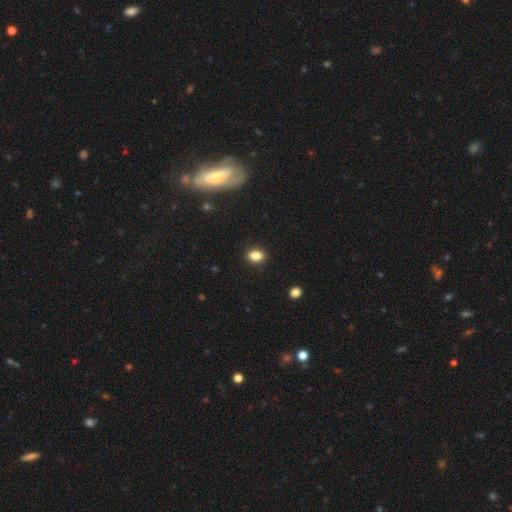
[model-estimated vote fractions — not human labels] smooth_or_featured: smooth (p=0.84) [alt: star or artifact p=0.10]
how_rounded: in between (p=0.76) [alt: round p=0.22]
merging: none (p=0.89) [alt: minor disturbance p=0.08]